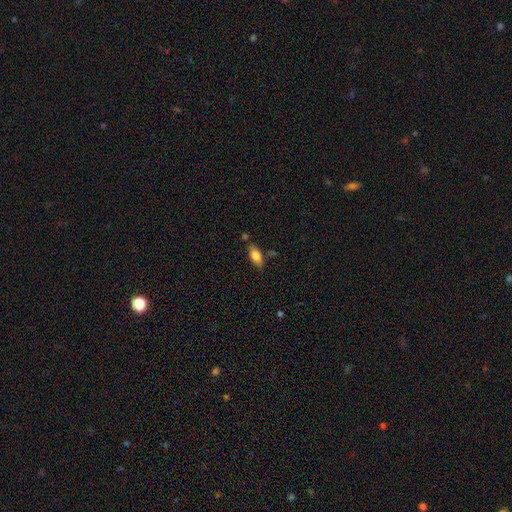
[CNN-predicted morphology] A smooth galaxy with no disk features (78%) that is in between round and cigar-shaped (84%). Merging: none (72%).